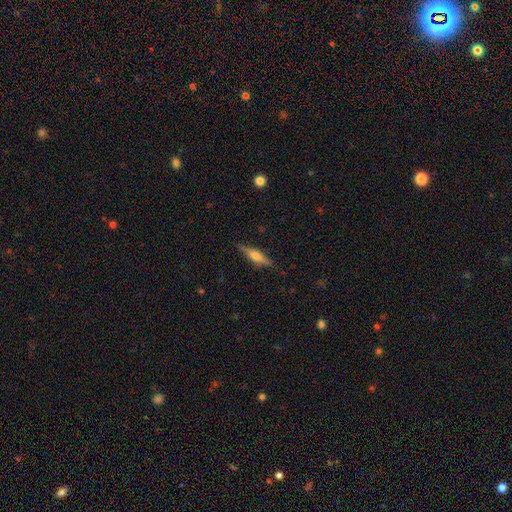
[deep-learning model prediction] A featured or disk galaxy (58%) viewed edge-on (95%) with a rounded central bulge (83%). Merging: none (86%).